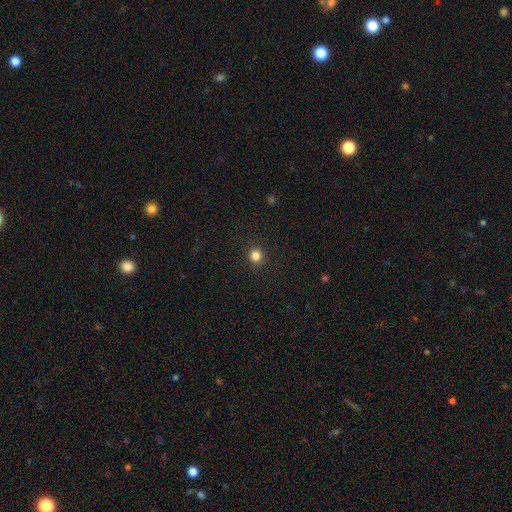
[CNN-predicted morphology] A smooth galaxy with no disk features (84%) that is round (91%).

Vote fractions:
- Smooth or featured? smooth: 84% / star or artifact: 13% / featured or disk: 4%
- How rounded? round: 91% / in between: 8% / cigar-shaped: 1%
- Merging? none: 92% / minor disturbance: 5% / major disturbance: 2% / merger: 1%